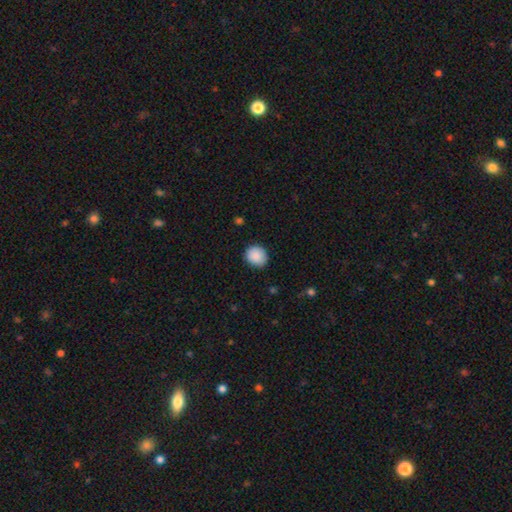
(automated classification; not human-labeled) Smooth or featured?
  - smooth: 89% *
  - star or artifact: 7%
  - featured or disk: 4%
How rounded?
  - round: 81% *
  - in between: 18%
  - cigar-shaped: 1%
Merging?
  - none: 86% *
  - minor disturbance: 11%
  - major disturbance: 2%
  - merger: 1%